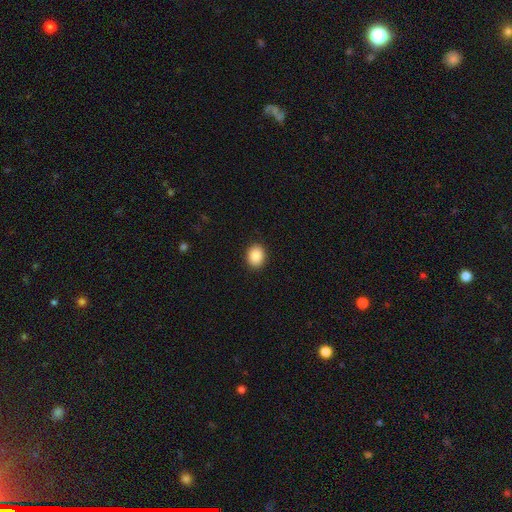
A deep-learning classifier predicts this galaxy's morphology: Smooth or featured: smooth — 88% (star or artifact — 8%)
How rounded: round — 59% (in between — 40%)
Merging: none — 91% (minor disturbance — 6%)